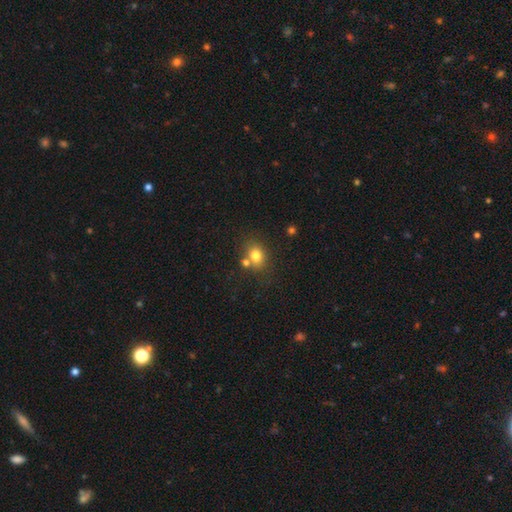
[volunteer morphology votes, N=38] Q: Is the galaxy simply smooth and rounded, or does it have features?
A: smooth — 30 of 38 (79%).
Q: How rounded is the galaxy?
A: in between — 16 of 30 (53%).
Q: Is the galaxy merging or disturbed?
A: none — 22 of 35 (63%).